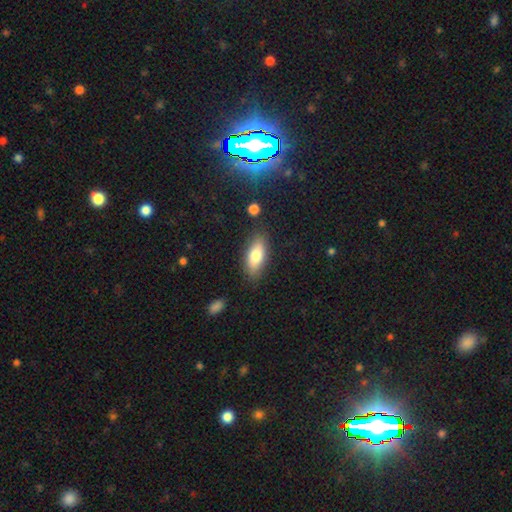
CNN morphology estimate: A smooth galaxy with no disk features (75%) that is in between round and cigar-shaped (80%).

Vote fractions:
- Smooth or featured? smooth: 75% / featured or disk: 18% / star or artifact: 7%
- How rounded? in between: 80% / cigar-shaped: 17% / round: 3%
- Merging? none: 82% / minor disturbance: 12% / major disturbance: 3% / merger: 2%